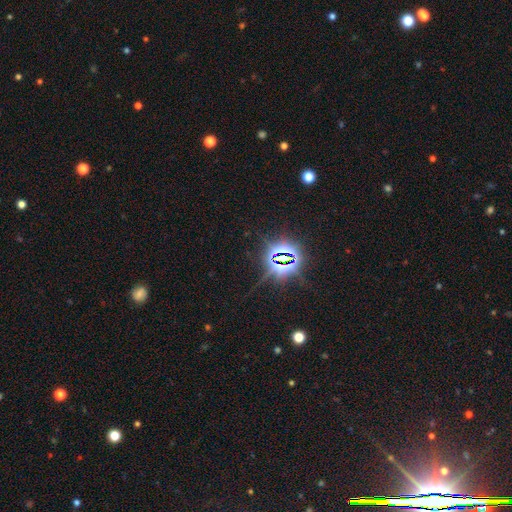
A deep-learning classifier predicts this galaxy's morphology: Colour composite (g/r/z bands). It shows a star or artifact, not a galaxy (82%).